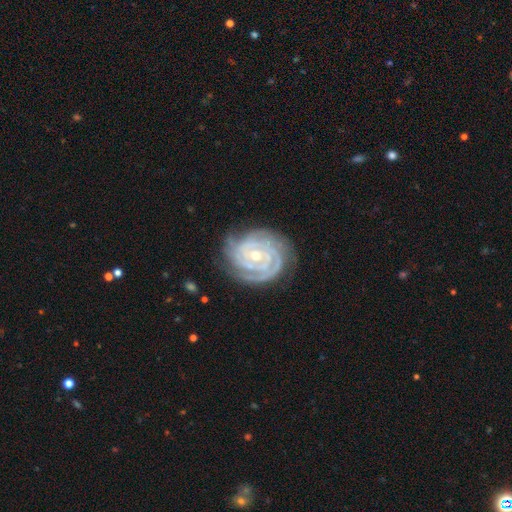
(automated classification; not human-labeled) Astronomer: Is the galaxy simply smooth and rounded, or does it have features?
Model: featured or disk — 91%.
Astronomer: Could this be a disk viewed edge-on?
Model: no — 97%.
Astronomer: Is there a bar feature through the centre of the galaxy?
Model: no — 65%.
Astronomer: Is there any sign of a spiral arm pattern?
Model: yes — 98%.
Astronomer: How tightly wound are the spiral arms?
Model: tight — 86%.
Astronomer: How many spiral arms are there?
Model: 3 — 33% (runner-up: 4, 21%).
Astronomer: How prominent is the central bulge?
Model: small — 59% (runner-up: moderate, 39%).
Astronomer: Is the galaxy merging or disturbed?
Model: none — 79%.